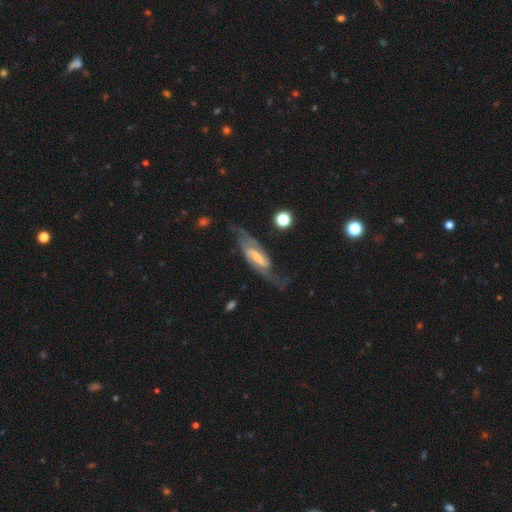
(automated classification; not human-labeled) A featured or disk galaxy (87%) with a strong bar (46%), 2 (90%) medium (47%) spiral arms (96%) and a small central bulge (49%).

Vote fractions:
- Smooth or featured? featured or disk: 87% / smooth: 8% / star or artifact: 5%
- Edge-on disk? no: 89% / yes: 11%
- Bar? strong: 46% / weak: 42% / no: 13%
- Spiral arms? yes: 96% / no: 4%
- Spiral winding? medium: 47% / loose: 35% / tight: 18%
- Spiral arm count? 2: 90% / can't tell: 5% / 1: 2% / 3: 2% / 4: 1% / more than 4: 1%
- Bulge size? small: 49% / moderate: 37% / none: 9% / large: 4% / dominant: 1%
- Merging? none: 67% / minor disturbance: 18% / major disturbance: 12% / merger: 2%